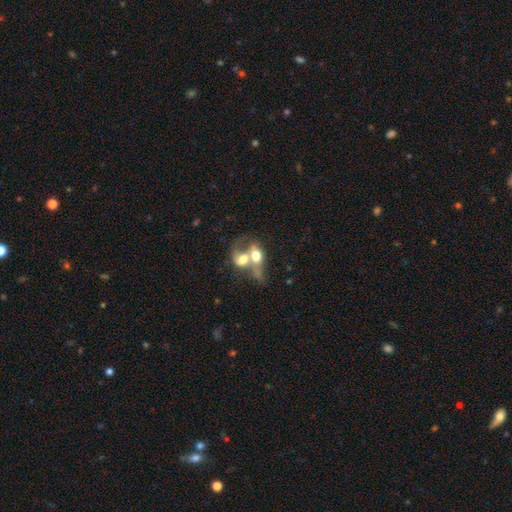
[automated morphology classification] Smooth or featured: smooth — 53% (featured or disk — 38%)
How rounded: in between — 66% (round — 31%)
Merging: merger — 80% (major disturbance — 8%)